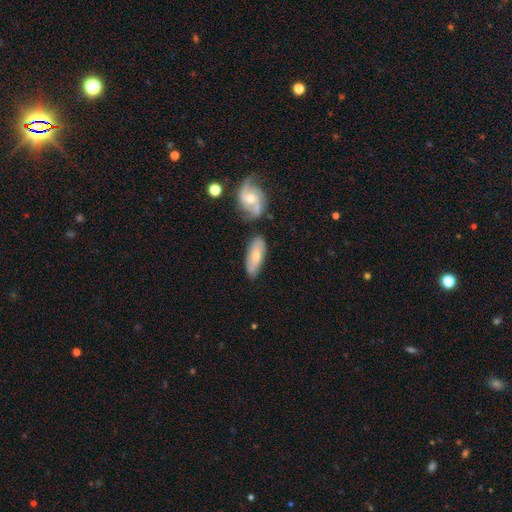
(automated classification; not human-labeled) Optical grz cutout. It shows a smooth galaxy with no disk features (54%) that is in between round and cigar-shaped (73%). Merging: none (65%).